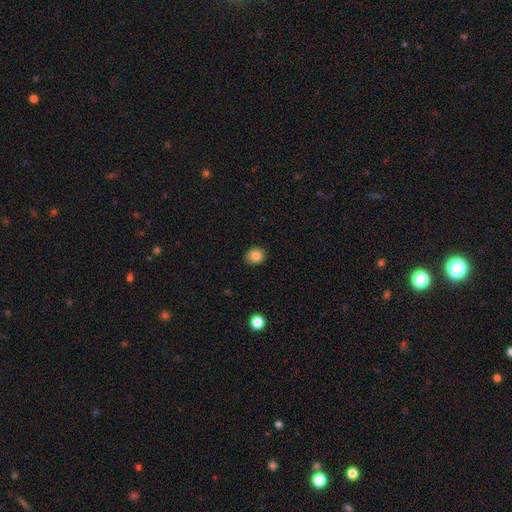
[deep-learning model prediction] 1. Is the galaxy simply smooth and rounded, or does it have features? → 84% smooth, 10% star or artifact, 6% featured or disk.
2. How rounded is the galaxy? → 68% round, 32% in between, 1% cigar-shaped.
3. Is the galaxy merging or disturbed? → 87% none, 10% minor disturbance, 2% major disturbance, 1% merger.